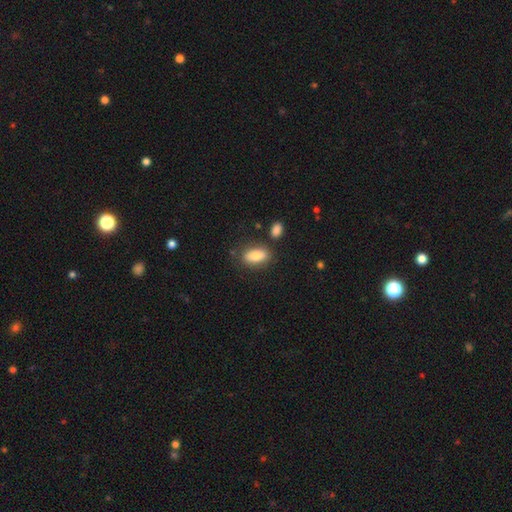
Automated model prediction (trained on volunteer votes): Overall: smooth (81%). How rounded: in between (89%). Merging: none (75%).